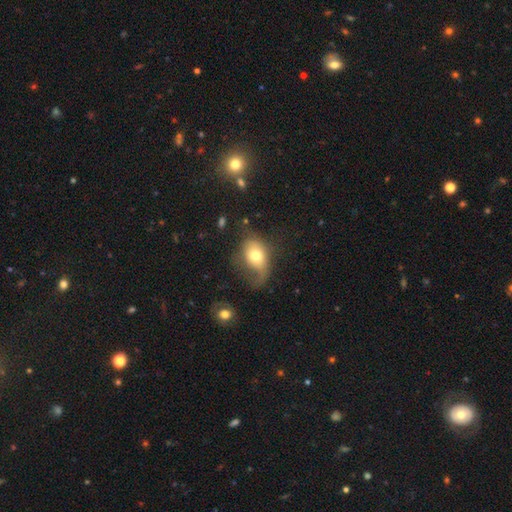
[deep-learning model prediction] smooth_or_featured: smooth (p=0.65) [alt: featured or disk p=0.26]
how_rounded: in between (p=0.73) [alt: round p=0.25]
merging: major disturbance (p=0.37) [alt: none p=0.30]